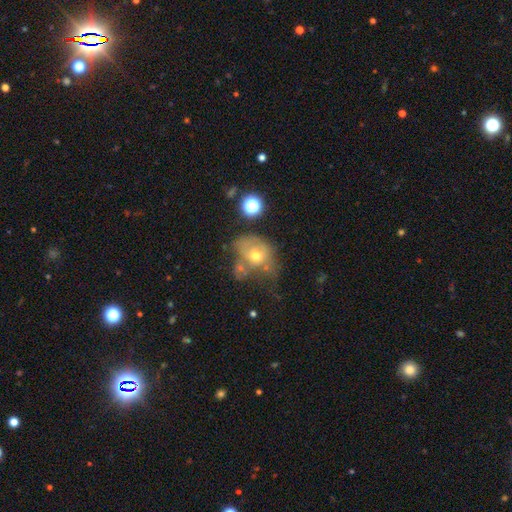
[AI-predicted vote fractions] Smooth or featured? smooth (54%)
How rounded? in between (51%)
Merging? major disturbance (27%, tied with none)